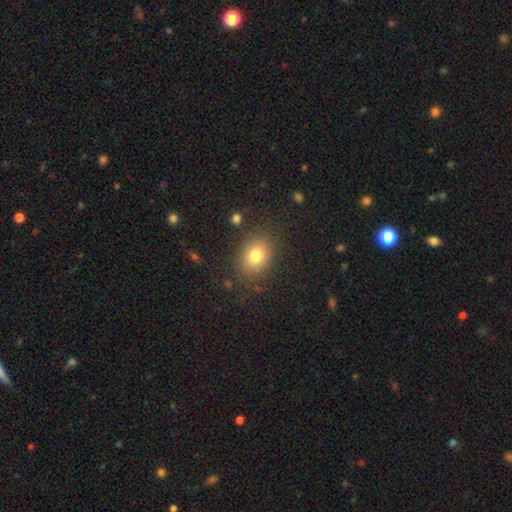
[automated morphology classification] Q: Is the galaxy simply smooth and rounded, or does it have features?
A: smooth — 78%.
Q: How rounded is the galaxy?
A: in between — 58%.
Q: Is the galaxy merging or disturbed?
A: none — 83%.